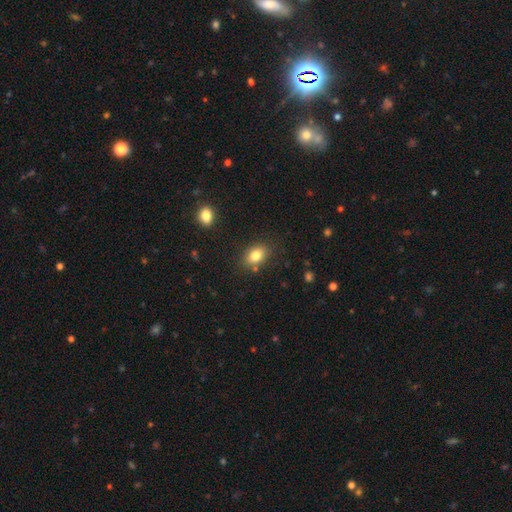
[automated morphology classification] smooth_or_featured: smooth (p=0.82) [alt: star or artifact p=0.09]
how_rounded: in between (p=0.82) [alt: round p=0.16]
merging: none (p=0.81) [alt: minor disturbance p=0.12]